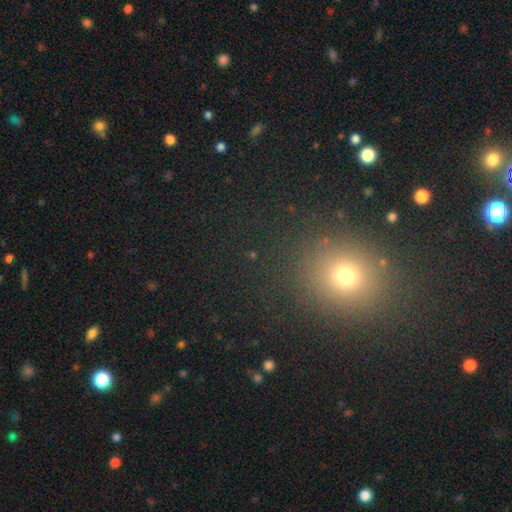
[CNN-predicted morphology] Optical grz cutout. It shows a smooth galaxy with no disk features (56%) that is round (80%). Merging: none (89%).